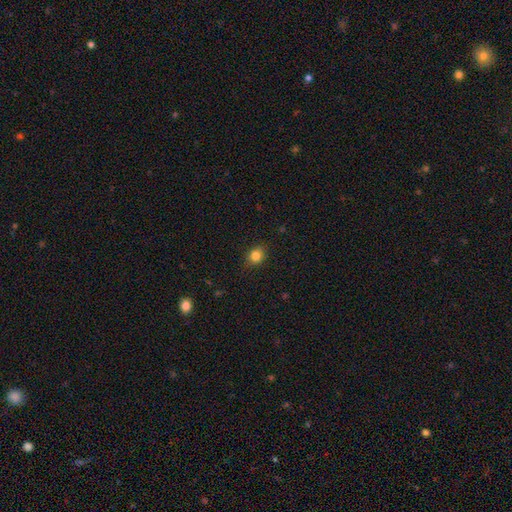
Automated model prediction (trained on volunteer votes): smooth-or-featured: smooth: 83% | star or artifact: 11% | featured or disk: 6%
  how-rounded: round: 64% | in between: 35% | cigar-shaped: 1%
  merging: none: 83% | minor disturbance: 13% | major disturbance: 3% | merger: 1%